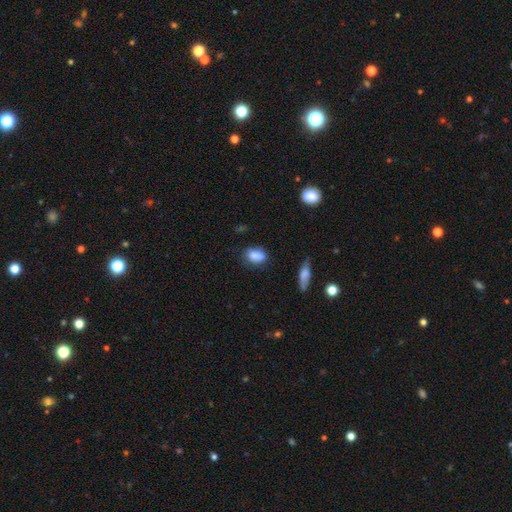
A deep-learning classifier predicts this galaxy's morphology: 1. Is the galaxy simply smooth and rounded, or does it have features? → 84% smooth, 9% star or artifact, 7% featured or disk.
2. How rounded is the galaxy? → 82% in between, 16% round, 3% cigar-shaped.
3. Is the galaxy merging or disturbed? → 65% none, 26% minor disturbance, 6% major disturbance, 4% merger.